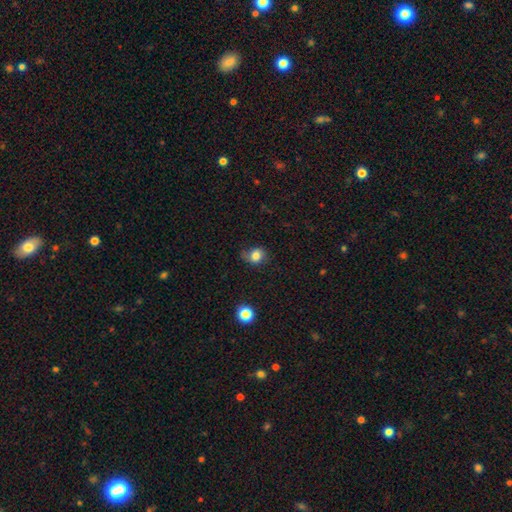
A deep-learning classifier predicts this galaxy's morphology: Smooth or featured? Predicted: smooth (p=0.79). How rounded? Predicted: round (p=0.65). Merging? Predicted: none (p=0.54).